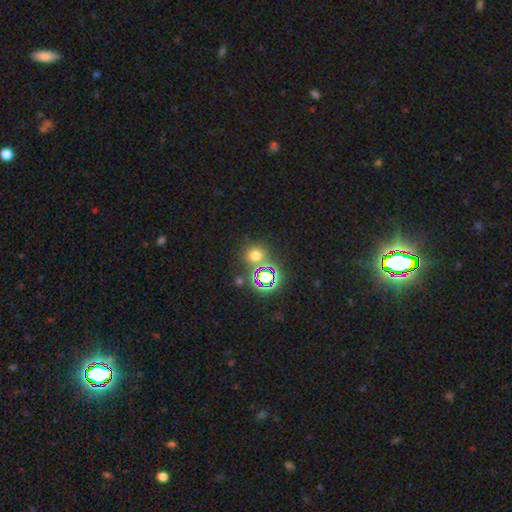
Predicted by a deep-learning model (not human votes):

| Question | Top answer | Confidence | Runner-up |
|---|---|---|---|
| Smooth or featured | smooth | 57% | star or artifact (35%) |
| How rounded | round | 85% | in between (14%) |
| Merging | none | 71% | merger (15%) |